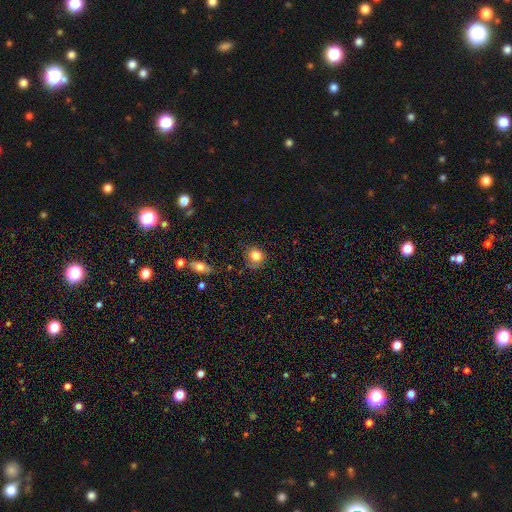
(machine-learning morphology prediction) smooth-or-featured: smooth: 80% | star or artifact: 10% | featured or disk: 10%
  how-rounded: round: 84% | in between: 15% | cigar-shaped: 1%
  merging: none: 67% | minor disturbance: 23% | major disturbance: 8% | merger: 3%